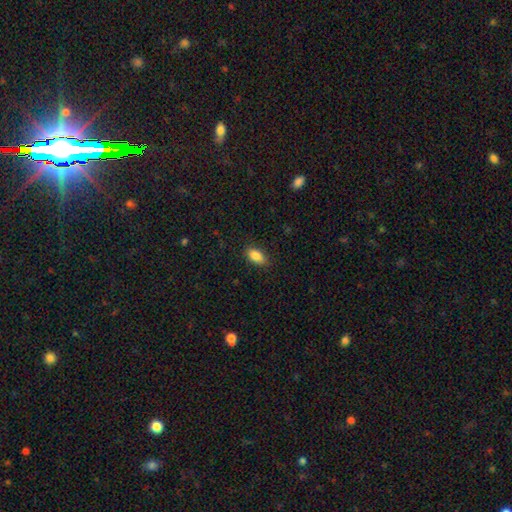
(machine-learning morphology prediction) Smooth or featured? smooth (86%)
How rounded? in between (91%)
Merging? none (86%)